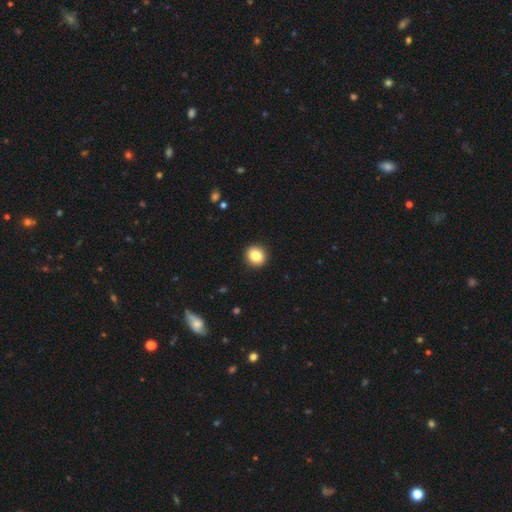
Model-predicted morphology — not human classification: smooth 85%, star or artifact 9%, featured or disk 6%. Down the decision tree: how rounded — round (86%); merging — none (92%).